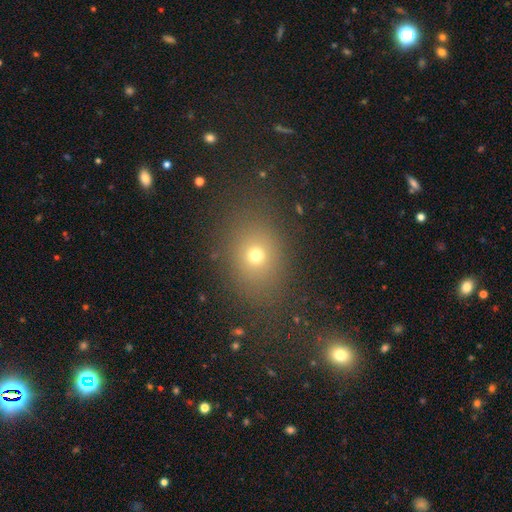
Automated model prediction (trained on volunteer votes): Q: Smooth or featured?
A: smooth (68%); runner-up: star or artifact (19%)
Q: How rounded?
A: in between (49%); tied with: round (49%)
Q: Merging?
A: none (79%); runner-up: minor disturbance (12%)